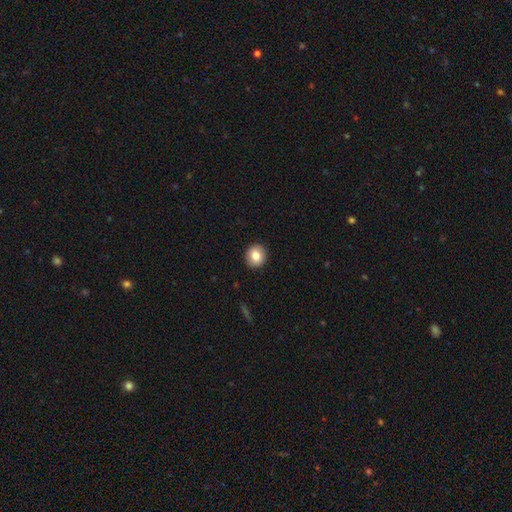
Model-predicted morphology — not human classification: Overall: smooth (82%). How rounded: round (88%). Merging: none (92%).